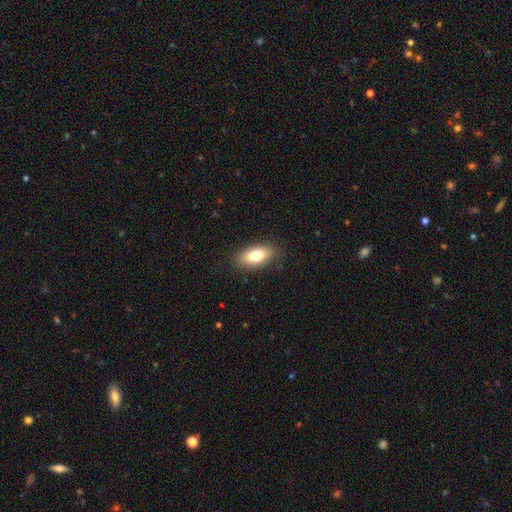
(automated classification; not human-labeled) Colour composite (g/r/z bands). It shows a smooth galaxy with no disk features (78%) that is in between round and cigar-shaped (86%). Merging: none (86%).